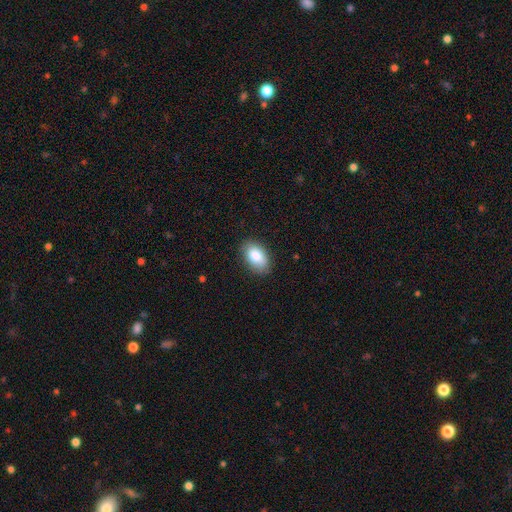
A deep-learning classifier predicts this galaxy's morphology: Overall: smooth (84%). How rounded: in between (91%). Merging: none (84%).